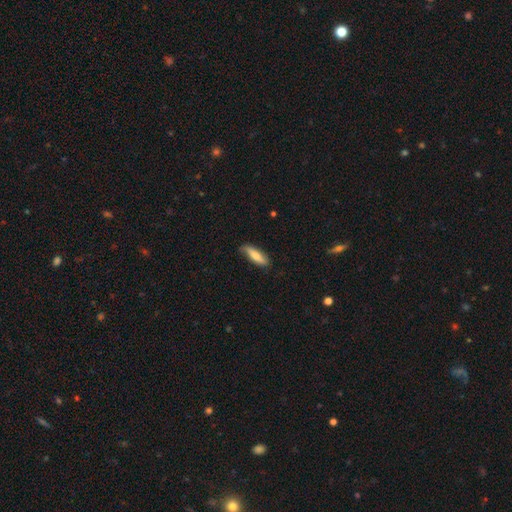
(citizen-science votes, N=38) Volunteers were most divided on "how rounded": in between: 57%, cigar-shaped: 43%, round: 0%. More confident: merging — none (83%); smooth or featured — smooth (61%).